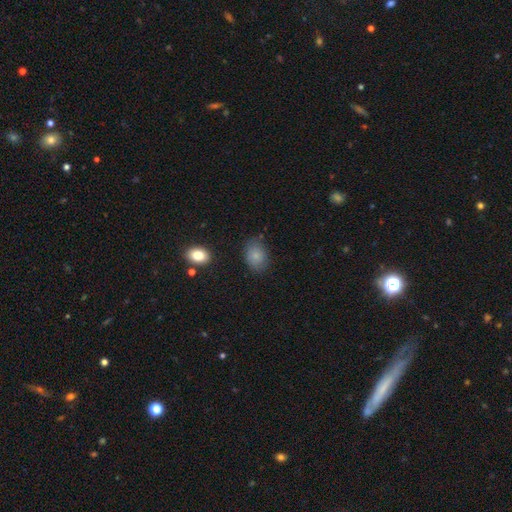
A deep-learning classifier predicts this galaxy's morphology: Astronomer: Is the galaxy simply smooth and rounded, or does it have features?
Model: smooth — 82%.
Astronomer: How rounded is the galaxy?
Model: in between — 72%.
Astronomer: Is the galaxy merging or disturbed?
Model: none — 74%.